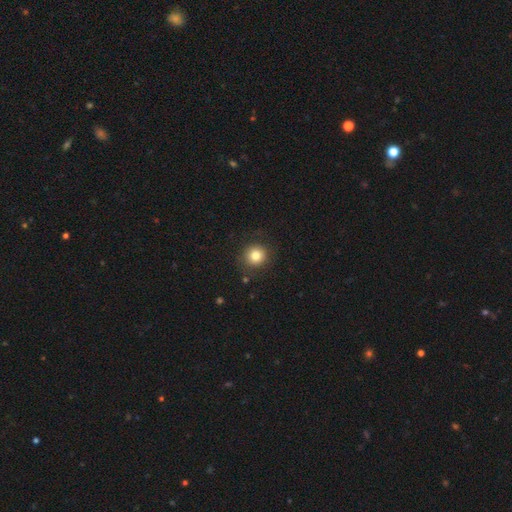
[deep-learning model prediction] smooth_or_featured: smooth (p=0.81) [alt: star or artifact p=0.11]
how_rounded: round (p=0.92) [alt: in between p=0.07]
merging: none (p=0.87) [alt: minor disturbance p=0.08]